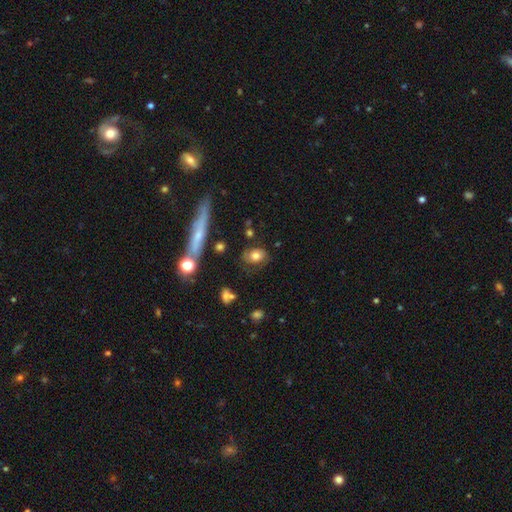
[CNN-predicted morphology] Smooth or featured: smooth — 66% (featured or disk — 25%)
How rounded: in between — 68% (round — 28%)
Merging: none — 66% (minor disturbance — 21%)